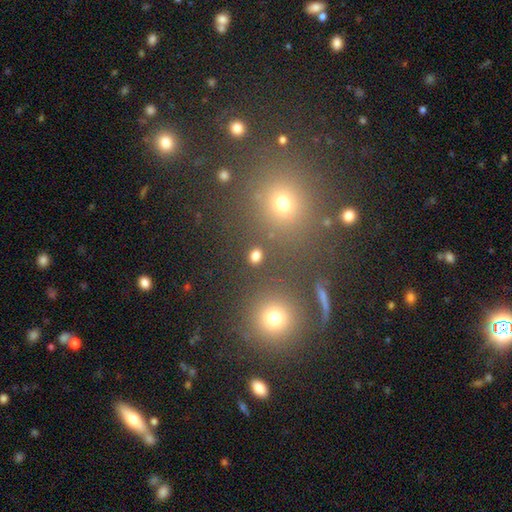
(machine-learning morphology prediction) Smooth or featured? Predicted: smooth (p=0.78). How rounded? Predicted: round (p=0.52). Merging? Predicted: none (p=0.84).